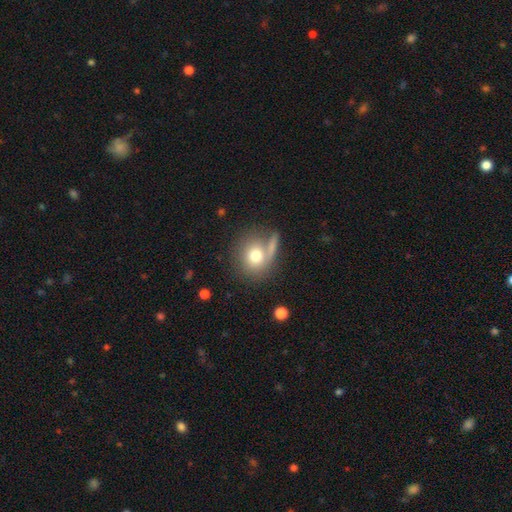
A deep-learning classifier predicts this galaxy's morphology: A smooth galaxy with no disk features (74%) that is round (81%). Merging: none (59%).